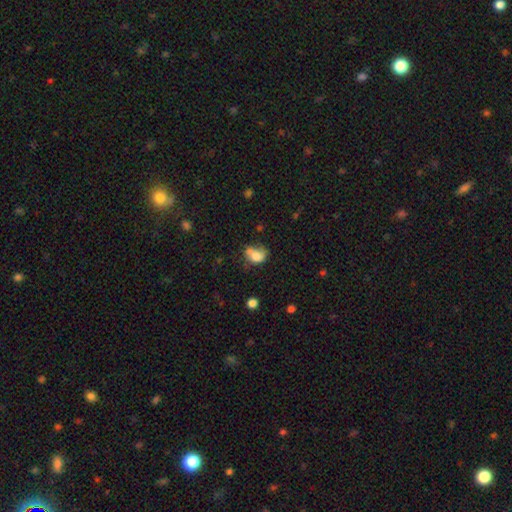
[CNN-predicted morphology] A smooth galaxy with no disk features (71%) that is in between round and cigar-shaped (67%). Merging: none (33%).